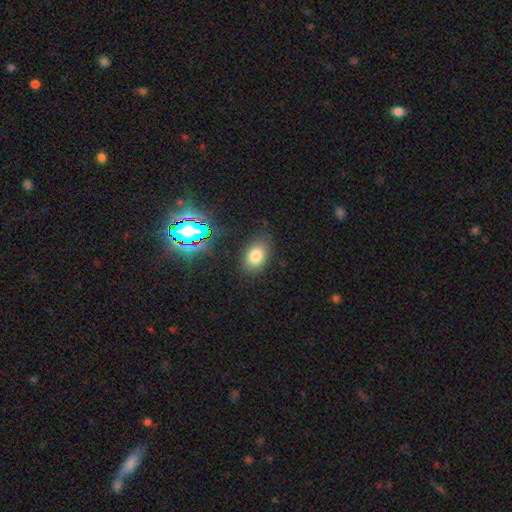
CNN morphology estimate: This is likely a smooth galaxy (77%). How rounded: clearly in between (81%). Merging: likely none (80%).